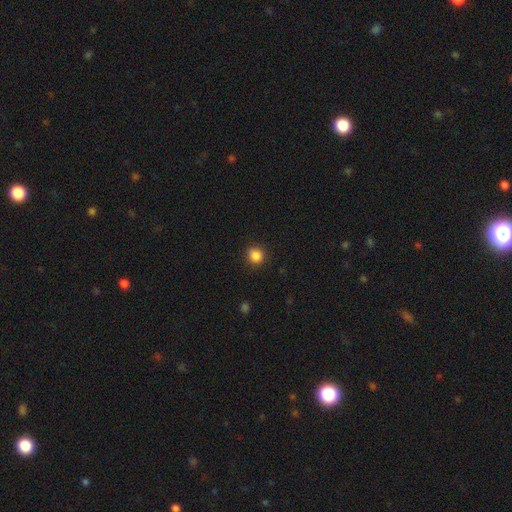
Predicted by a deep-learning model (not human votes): A smooth galaxy with no disk features (86%) that is round (82%). Merging: none (86%).